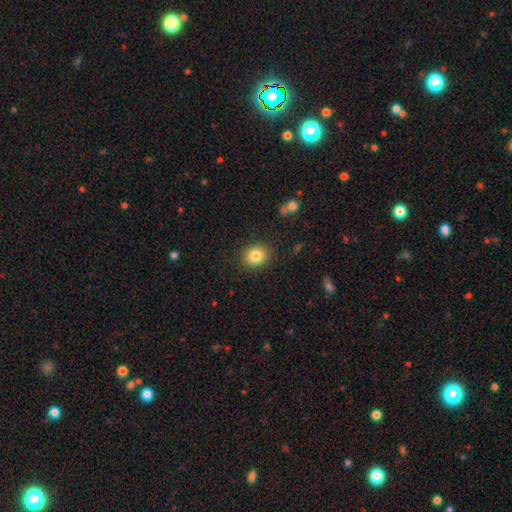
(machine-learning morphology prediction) A smooth galaxy with no disk features (83%) that is round (64%). Merging: none (88%).